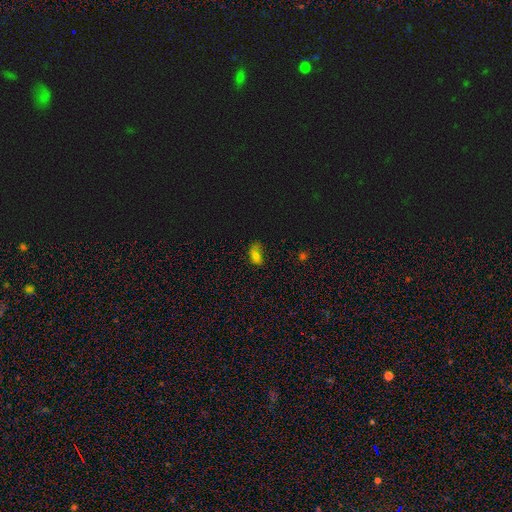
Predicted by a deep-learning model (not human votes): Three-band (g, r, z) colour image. It shows a smooth galaxy with no disk features (65%) that is in between round and cigar-shaped (83%). Merging: none (54%).